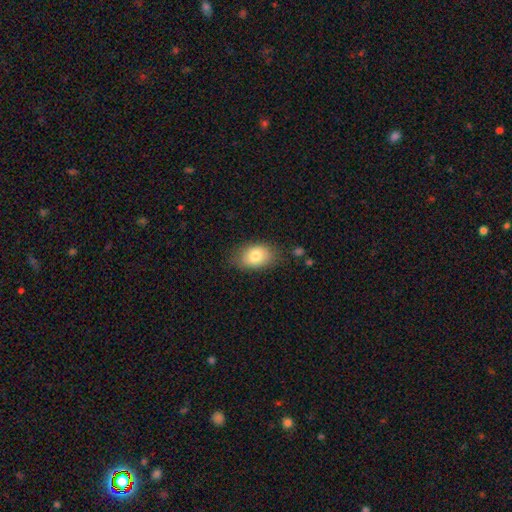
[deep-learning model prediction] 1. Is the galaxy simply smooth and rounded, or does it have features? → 80% smooth, 12% featured or disk, 7% star or artifact.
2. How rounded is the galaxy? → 86% in between, 13% round, 1% cigar-shaped.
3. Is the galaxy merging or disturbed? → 76% none, 18% minor disturbance, 4% major disturbance, 2% merger.